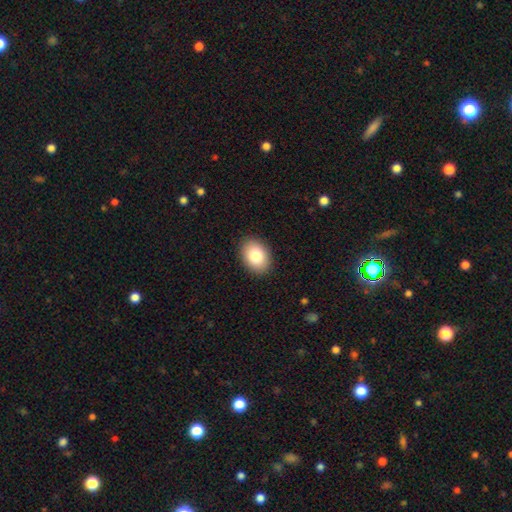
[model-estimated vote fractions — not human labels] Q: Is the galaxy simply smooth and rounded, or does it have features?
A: smooth — 84%.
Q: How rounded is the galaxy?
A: in between — 79%.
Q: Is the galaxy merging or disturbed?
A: none — 90%.